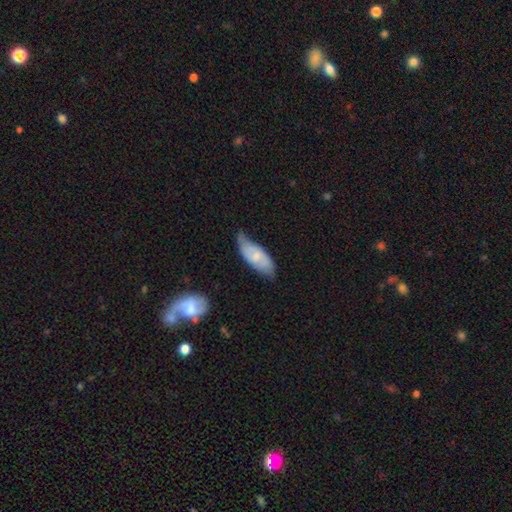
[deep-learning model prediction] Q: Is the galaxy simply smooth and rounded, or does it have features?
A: smooth — 60%.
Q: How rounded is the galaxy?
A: in between — 80%.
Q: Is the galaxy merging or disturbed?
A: none — 48%.